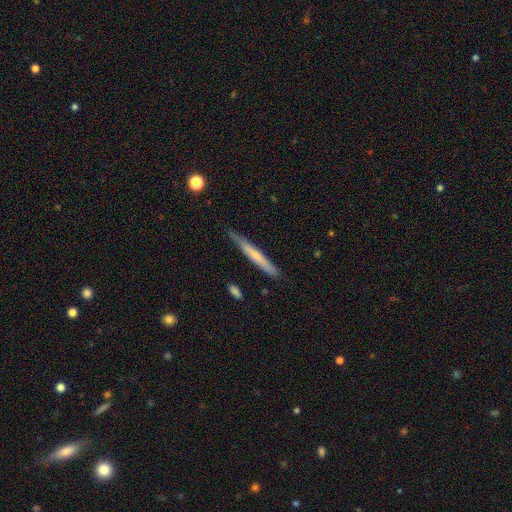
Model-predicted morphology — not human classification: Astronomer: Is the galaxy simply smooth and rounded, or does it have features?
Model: smooth — 55% (runner-up: featured or disk, 39%).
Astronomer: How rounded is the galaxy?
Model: cigar-shaped — 96%.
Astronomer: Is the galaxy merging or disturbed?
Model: none — 79%.